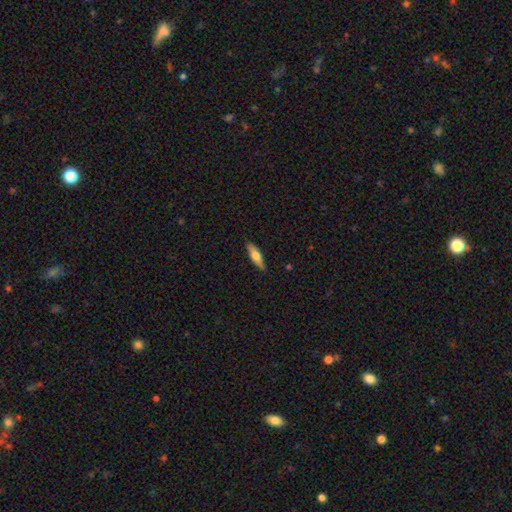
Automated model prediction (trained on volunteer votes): Q: Smooth or featured?
A: smooth (54%); runner-up: featured or disk (40%)
Q: How rounded?
A: cigar-shaped (61%); runner-up: in between (36%)
Q: Merging?
A: none (88%); runner-up: minor disturbance (9%)